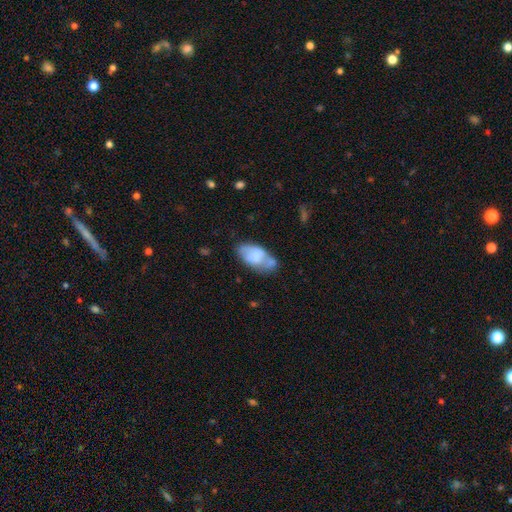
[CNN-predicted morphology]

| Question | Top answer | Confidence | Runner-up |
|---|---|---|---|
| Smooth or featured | smooth | 65% | featured or disk (28%) |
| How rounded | in between | 93% | round (4%) |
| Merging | none | 39% | minor disturbance (28%) |